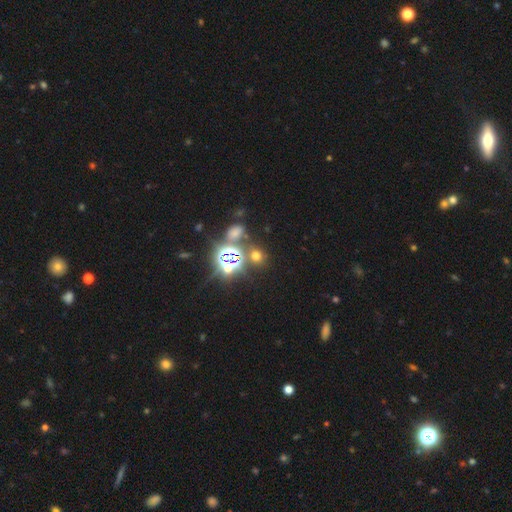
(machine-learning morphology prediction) smooth_or_featured: star or artifact (p=0.47) [alt: smooth p=0.44]